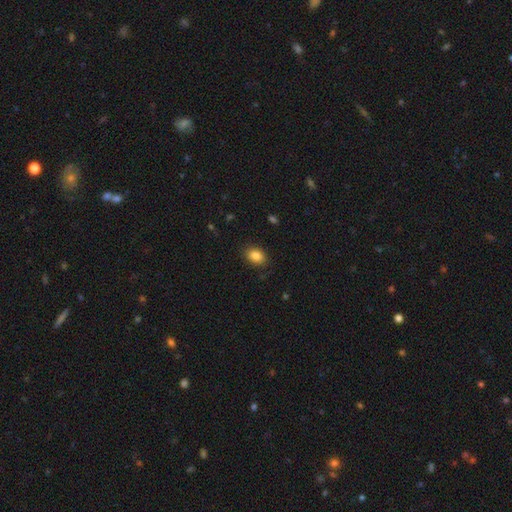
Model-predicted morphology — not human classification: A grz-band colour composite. It shows a smooth galaxy with no disk features (86%) that is in between round and cigar-shaped (76%). Merging: none (86%).